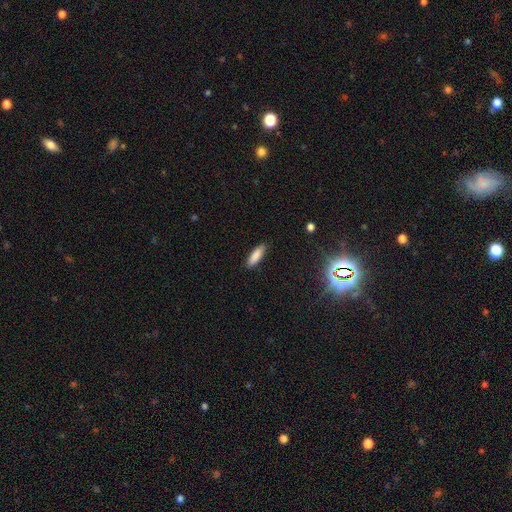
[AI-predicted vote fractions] Q: Smooth or featured?
A: smooth (87%); runner-up: star or artifact (7%)
Q: How rounded?
A: cigar-shaped (49%); tied with: in between (49%)
Q: Merging?
A: none (88%); runner-up: minor disturbance (9%)